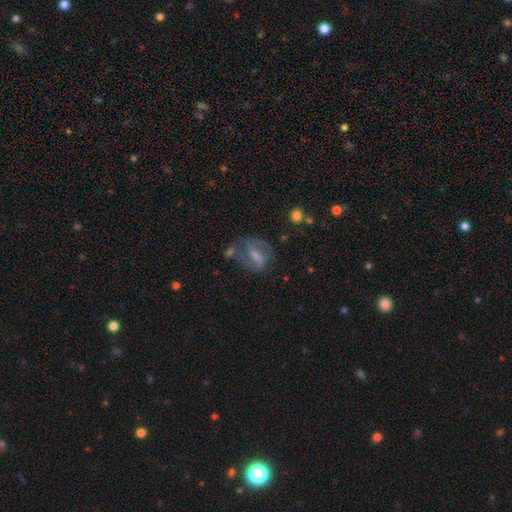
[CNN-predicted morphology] smooth_or_featured: featured or disk (p=0.57) [alt: smooth p=0.33]
disk_edge_on: no (p=0.95) [alt: yes p=0.05]
bar: weak (p=0.41) [alt: strong p=0.36]
has_spiral_arms: yes (p=0.68) [alt: no p=0.32]
bulge_size: none (p=0.30) [tied with: moderate p=0.30]
merging: none (p=0.46) [alt: minor disturbance p=0.22]